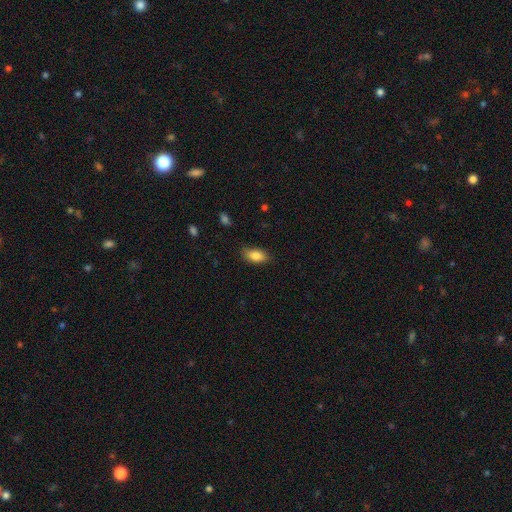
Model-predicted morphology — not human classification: Smooth or featured? Predicted: smooth (p=0.83). How rounded? Predicted: in between (p=0.89). Merging? Predicted: none (p=0.83).